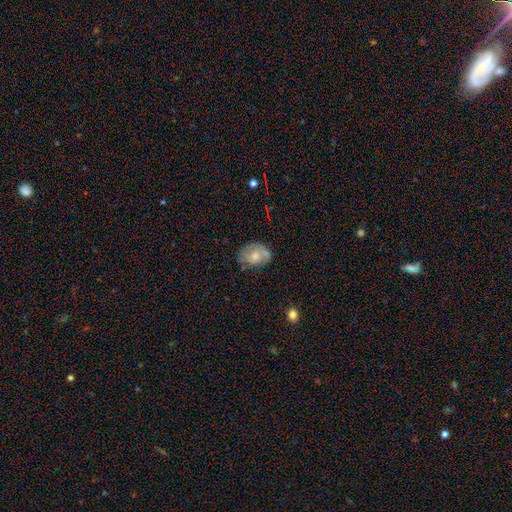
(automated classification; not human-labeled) The model was most divided on "smooth or featured": smooth: 53%, featured or disk: 39%, star or artifact: 8%. More confident: how rounded — in between (70%); merging — none (53%).